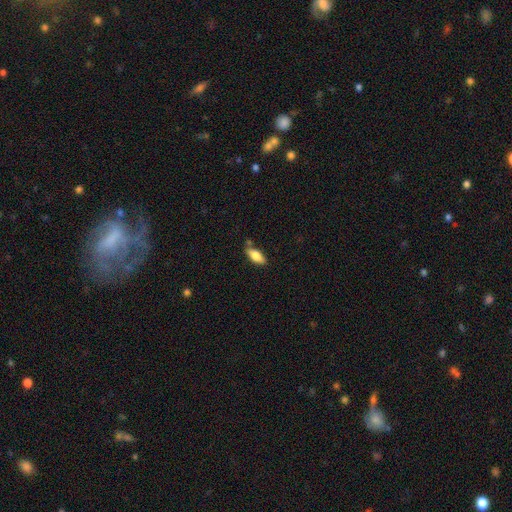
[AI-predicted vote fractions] smooth-or-featured: smooth: 74% | featured or disk: 19% | star or artifact: 7%
  how-rounded: in between: 78% | cigar-shaped: 20% | round: 2%
  merging: none: 72% | minor disturbance: 18% | merger: 7% | major disturbance: 4%